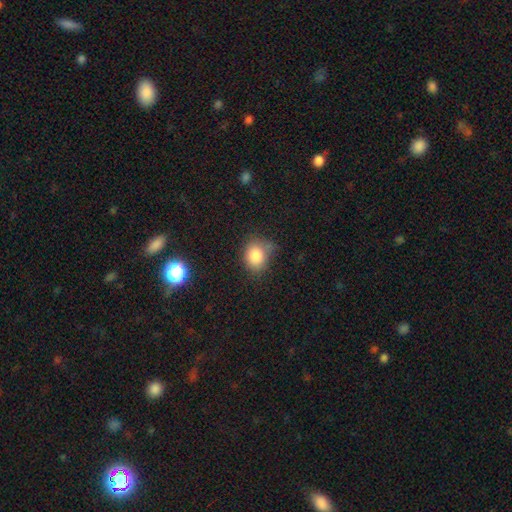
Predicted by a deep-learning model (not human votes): The model was most divided on "how rounded": round: 54%, in between: 45%, cigar-shaped: 1%. More confident: smooth or featured — smooth (83%); merging — none (58%).